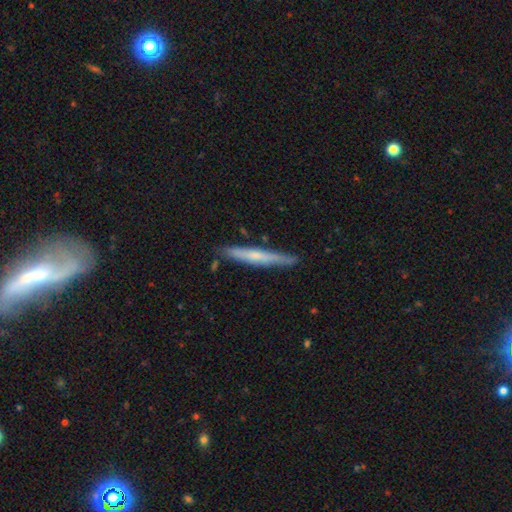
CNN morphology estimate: type=featured or disk (47%, tied with smooth); merging=none (84%).